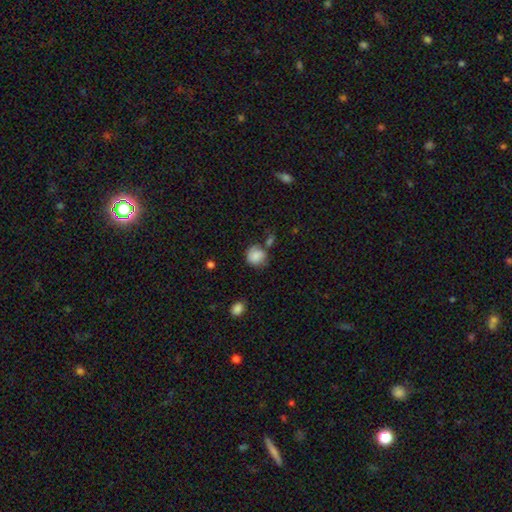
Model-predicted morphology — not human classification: Smooth or featured? Predicted: smooth (p=0.83). How rounded? Predicted: round (p=0.83). Merging? Predicted: none (p=0.58).